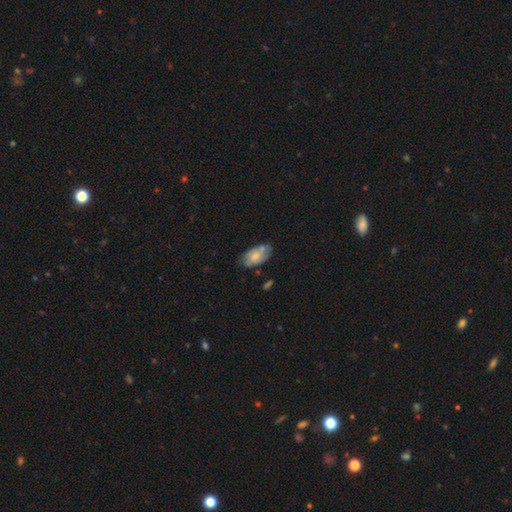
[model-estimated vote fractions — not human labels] This is possibly a smooth galaxy (52%). How rounded: clearly in between (93%). Merging: likely none (61%).